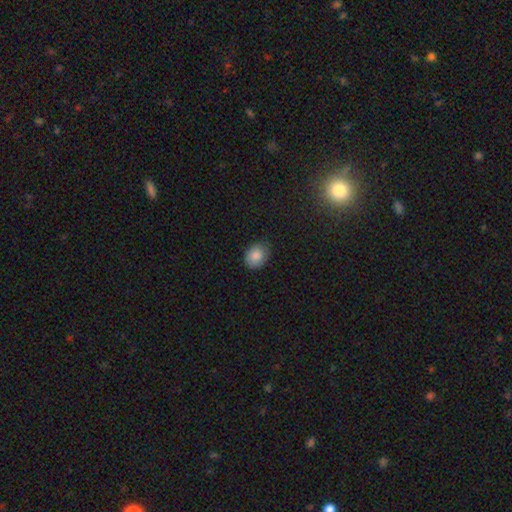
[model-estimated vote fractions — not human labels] Overall: smooth (85%). How rounded: in between (55%; round 44%). Merging: none (79%).